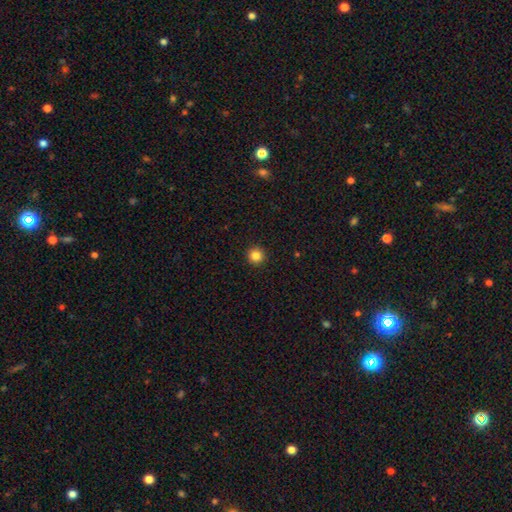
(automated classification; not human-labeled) smooth_or_featured: smooth (p=0.84) [alt: star or artifact p=0.11]
how_rounded: round (p=0.96) [alt: in between p=0.03]
merging: none (p=0.94) [alt: minor disturbance p=0.04]